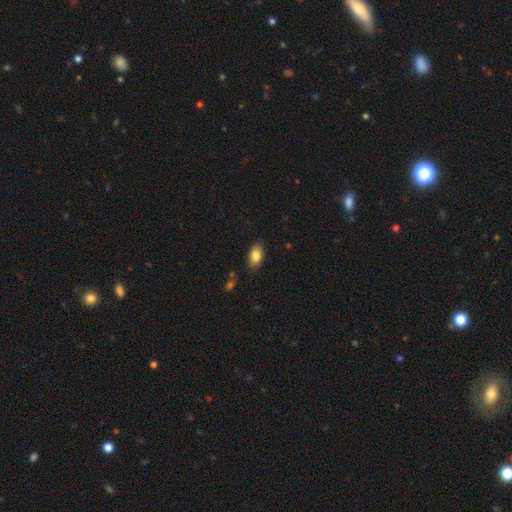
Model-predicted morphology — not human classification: This appears to be a smooth galaxy with no disk features (84%) that is in between round and cigar-shaped (91%). Merging: none (85%).